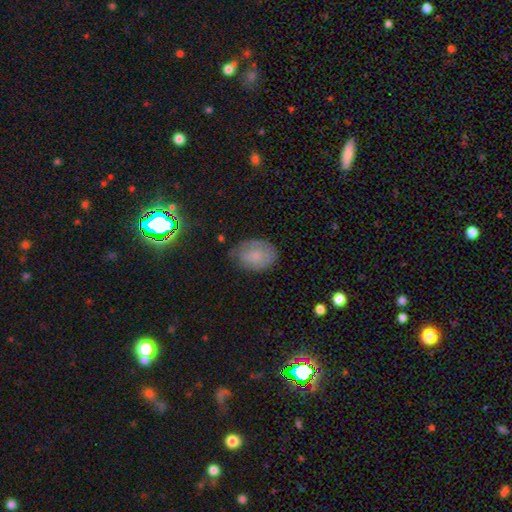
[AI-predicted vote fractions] Smooth or featured: smooth — 70% (featured or disk — 20%)
How rounded: in between — 78% (round — 20%)
Merging: none — 66% (minor disturbance — 25%)